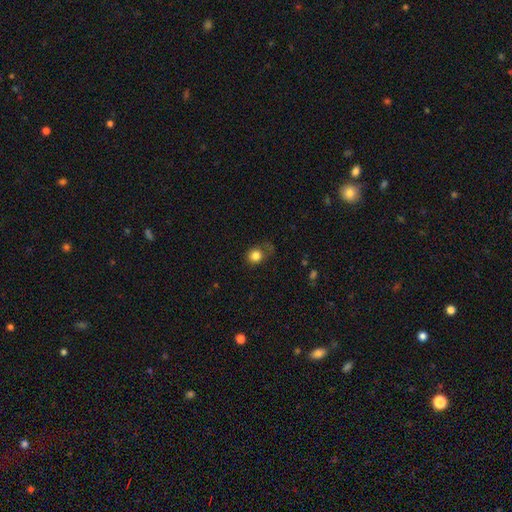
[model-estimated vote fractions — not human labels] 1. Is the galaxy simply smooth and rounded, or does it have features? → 82% smooth, 11% star or artifact, 8% featured or disk.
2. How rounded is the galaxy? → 76% round, 23% in between, 1% cigar-shaped.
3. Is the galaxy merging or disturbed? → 58% none, 25% minor disturbance, 15% major disturbance, 2% merger.